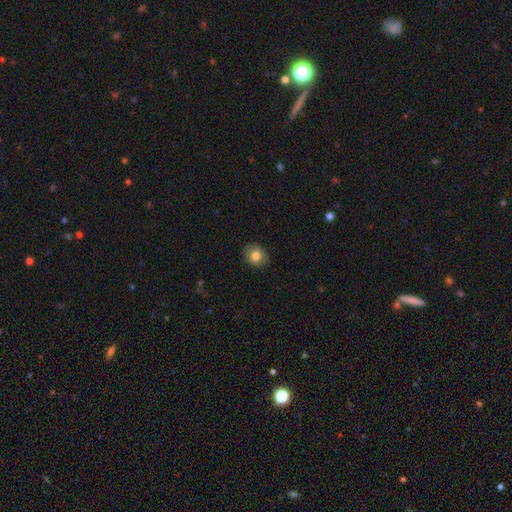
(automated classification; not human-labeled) smooth 80%, featured or disk 11%, star or artifact 9%. Down the decision tree: how rounded — round (65%); merging — none (87%).